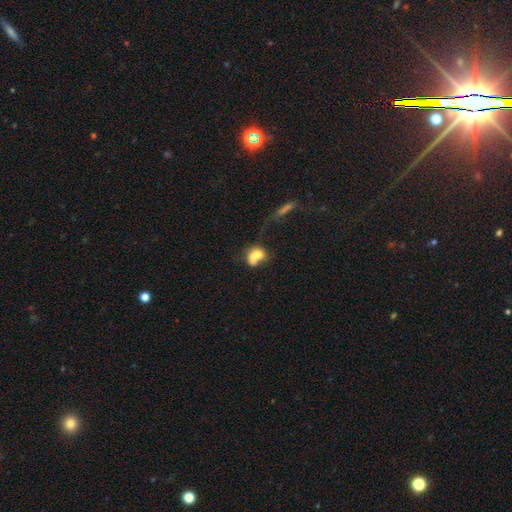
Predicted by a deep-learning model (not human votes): smooth_or_featured: smooth (p=0.64) [alt: featured or disk p=0.26]
how_rounded: in between (p=0.52) [alt: round p=0.45]
merging: merger (p=0.65) [alt: none p=0.16]